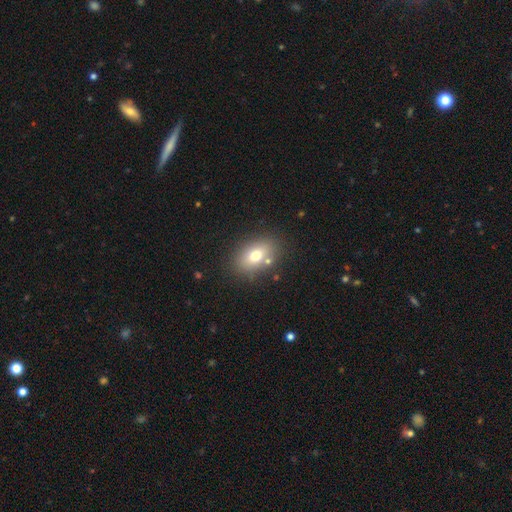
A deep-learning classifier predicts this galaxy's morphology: smooth-or-featured: smooth: 72% | featured or disk: 16% | star or artifact: 11%
  how-rounded: in between: 79% | round: 19% | cigar-shaped: 2%
  merging: none: 79% | minor disturbance: 11% | merger: 6% | major disturbance: 4%